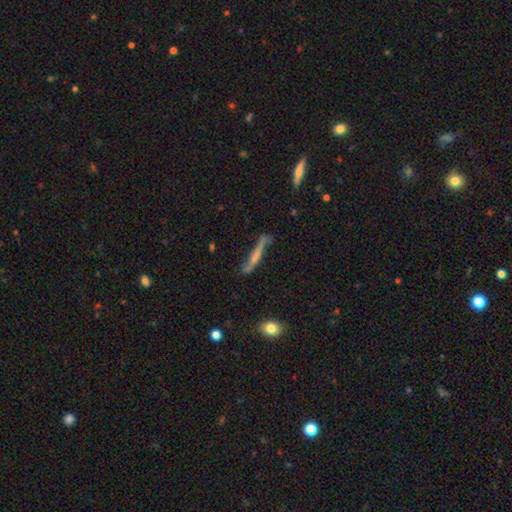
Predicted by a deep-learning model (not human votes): The model was most divided on "smooth or featured": featured or disk: 52%, smooth: 39%, star or artifact: 9%. More confident: edge-on disk — yes (82%); merging — none (58%).